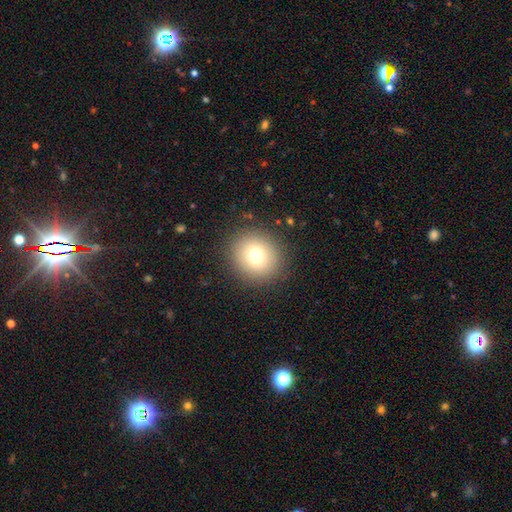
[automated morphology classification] smooth_or_featured: smooth (p=0.73) [alt: star or artifact p=0.14]
how_rounded: round (p=0.88) [alt: in between p=0.11]
merging: none (p=0.88) [alt: minor disturbance p=0.07]